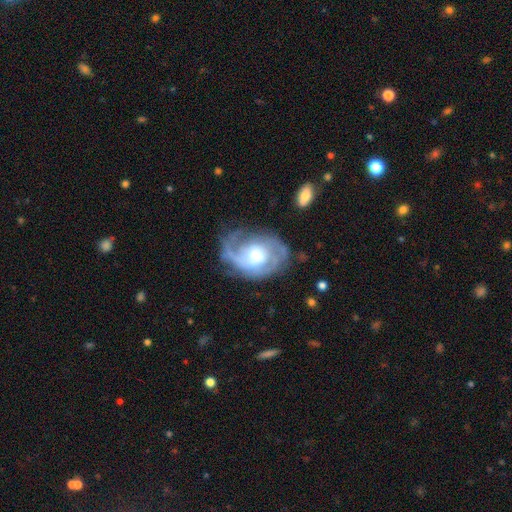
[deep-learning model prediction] This appears to be a featured or disk galaxy (83%) with no bar (62%), 2 (46%) medium (41%) spiral arms (92%) and a moderate central bulge (63%). Merging: none (60%).